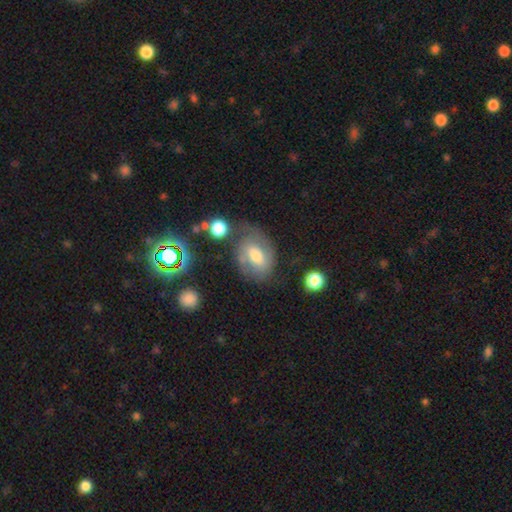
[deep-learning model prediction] Overall: featured or disk (51%; smooth 38%). Edge-on disk: no (95%). Merging: none (55%; minor disturbance 24%).